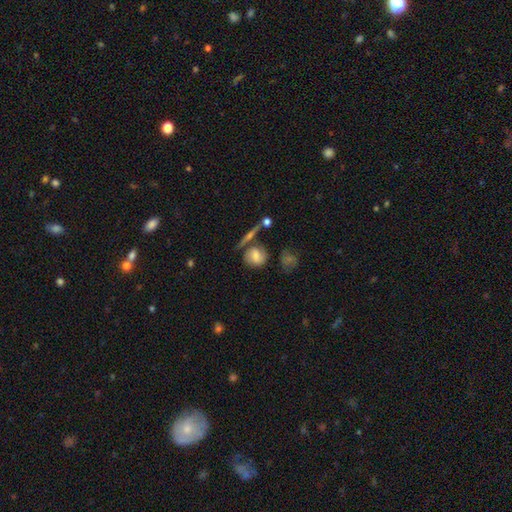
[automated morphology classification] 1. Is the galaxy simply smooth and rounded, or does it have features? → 58% smooth, 31% featured or disk, 10% star or artifact.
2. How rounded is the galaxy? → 65% round, 30% in between, 5% cigar-shaped.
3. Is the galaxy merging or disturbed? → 58% none, 18% minor disturbance, 16% merger, 8% major disturbance.